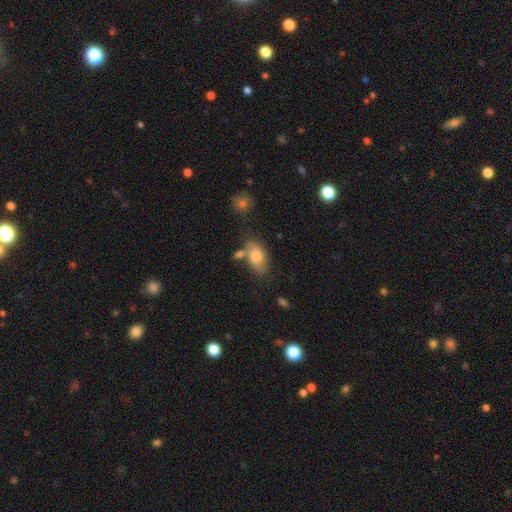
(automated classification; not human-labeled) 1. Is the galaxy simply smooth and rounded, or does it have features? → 77% smooth, 15% featured or disk, 8% star or artifact.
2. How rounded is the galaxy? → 91% in between, 7% round, 3% cigar-shaped.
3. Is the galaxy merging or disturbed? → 56% none, 21% minor disturbance, 16% merger, 7% major disturbance.